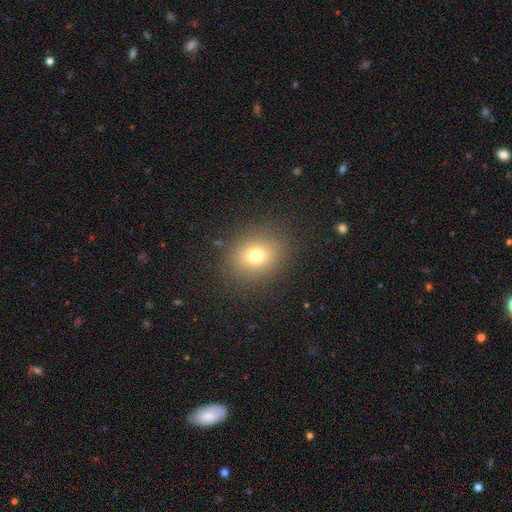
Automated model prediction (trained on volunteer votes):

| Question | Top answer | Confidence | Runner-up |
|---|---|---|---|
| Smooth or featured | smooth | 73% | star or artifact (15%) |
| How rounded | round | 60% | in between (39%) |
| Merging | none | 86% | minor disturbance (9%) |